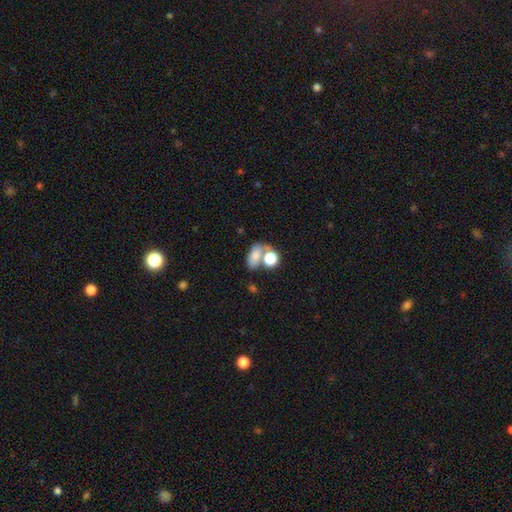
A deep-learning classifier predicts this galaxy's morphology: A smooth galaxy with no disk features (75%) that is in between round and cigar-shaped (79%).

Vote fractions:
- Smooth or featured? smooth: 75% / featured or disk: 13% / star or artifact: 11%
- How rounded? in between: 79% / round: 18% / cigar-shaped: 3%
- Merging? merger: 46% / none: 35% / minor disturbance: 11% / major disturbance: 8%